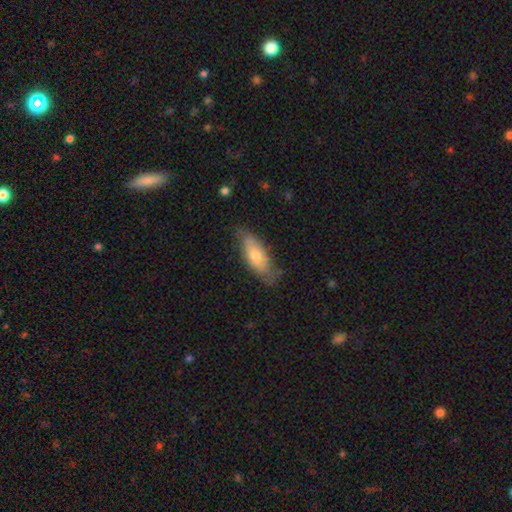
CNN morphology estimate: A smooth galaxy with no disk features (62%) that is in between round and cigar-shaped (63%).

Vote fractions:
- Smooth or featured? smooth: 62% / featured or disk: 31% / star or artifact: 7%
- How rounded? in between: 63% / cigar-shaped: 35% / round: 2%
- Merging? none: 73% / minor disturbance: 21% / major disturbance: 4% / merger: 1%